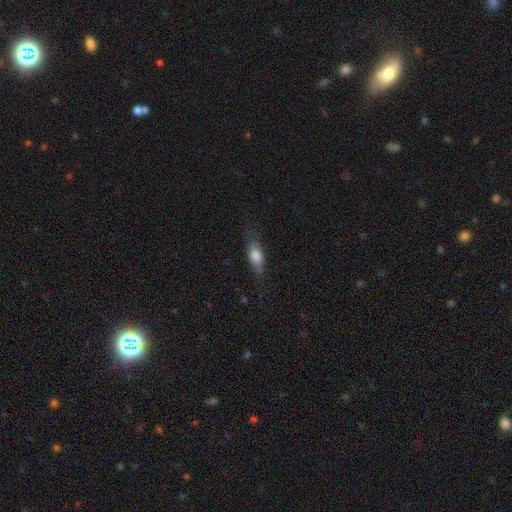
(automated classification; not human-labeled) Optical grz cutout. It shows a smooth galaxy with no disk features (69%) that is in between round and cigar-shaped (65%). Merging: none (73%).